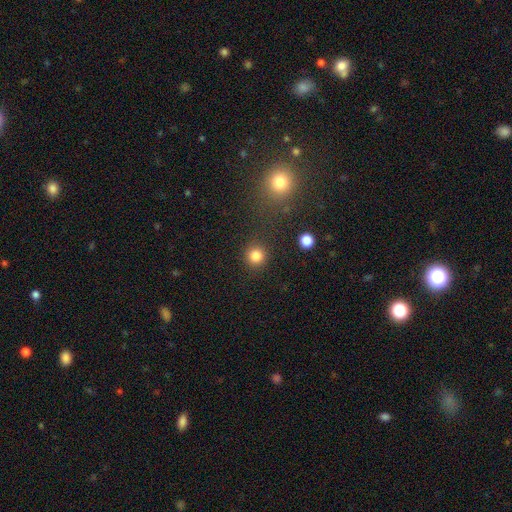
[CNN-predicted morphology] smooth 83%, star or artifact 12%, featured or disk 4%. Down the decision tree: how rounded — round (93%); merging — none (88%).